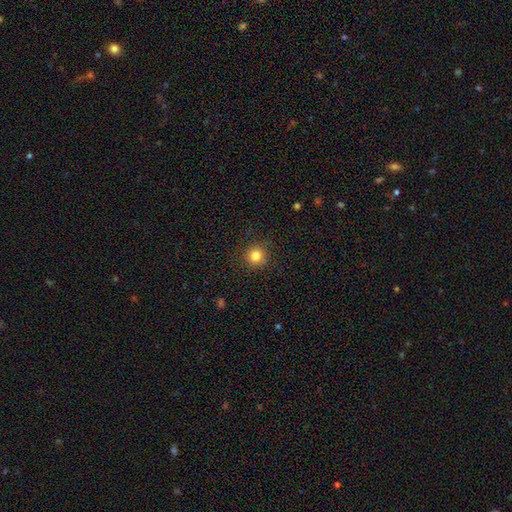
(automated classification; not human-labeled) Smooth or featured: smooth — 82% (star or artifact — 12%)
How rounded: round — 94% (in between — 5%)
Merging: none — 89% (minor disturbance — 7%)